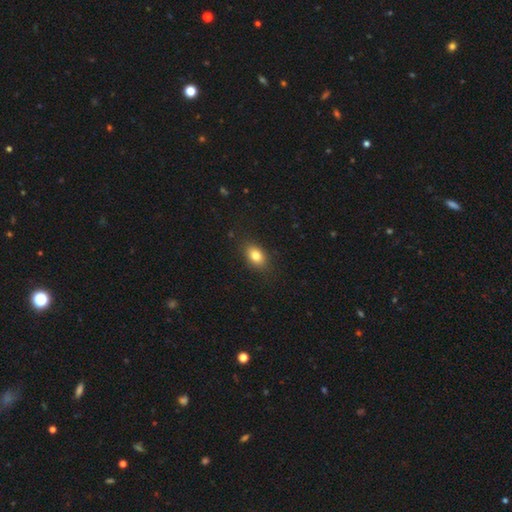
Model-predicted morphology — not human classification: smooth 81%, star or artifact 9%, featured or disk 9%. Down the decision tree: how rounded — in between (79%); merging — none (85%).